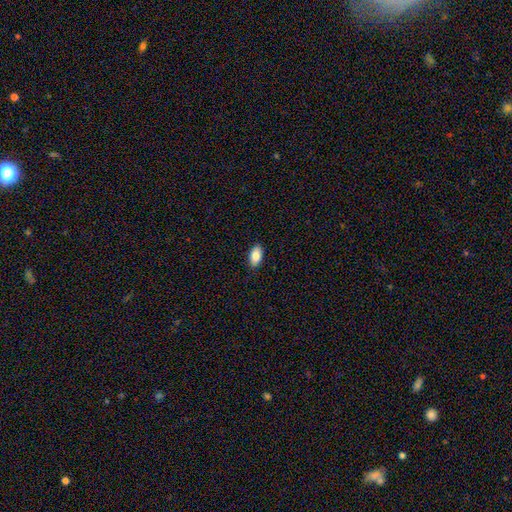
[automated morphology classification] smooth_or_featured: smooth (p=0.85) [alt: featured or disk p=0.07]
how_rounded: in between (p=0.93) [alt: round p=0.04]
merging: none (p=0.88) [alt: minor disturbance p=0.09]